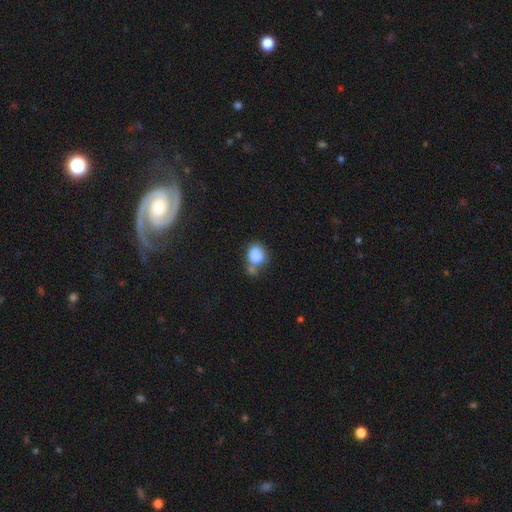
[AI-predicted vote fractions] Smooth or featured? smooth (83%)
How rounded? round (54%)
Merging? none (38%)